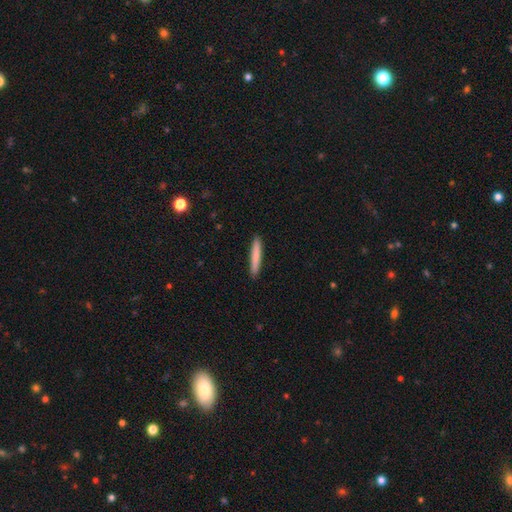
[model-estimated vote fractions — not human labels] Q: Smooth or featured?
A: smooth (80%); runner-up: featured or disk (14%)
Q: How rounded?
A: cigar-shaped (95%); runner-up: in between (4%)
Q: Merging?
A: none (92%); runner-up: minor disturbance (6%)